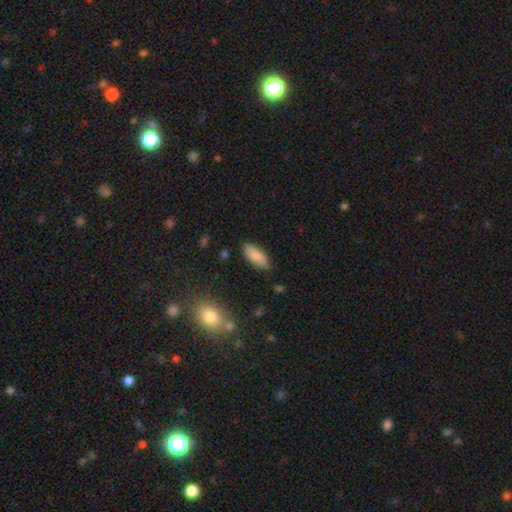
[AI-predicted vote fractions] The model was most divided on "merging": none: 81%, minor disturbance: 15%, major disturbance: 3%, merger: 2%. More confident: how rounded — in between (85%); smooth or featured — smooth (84%).